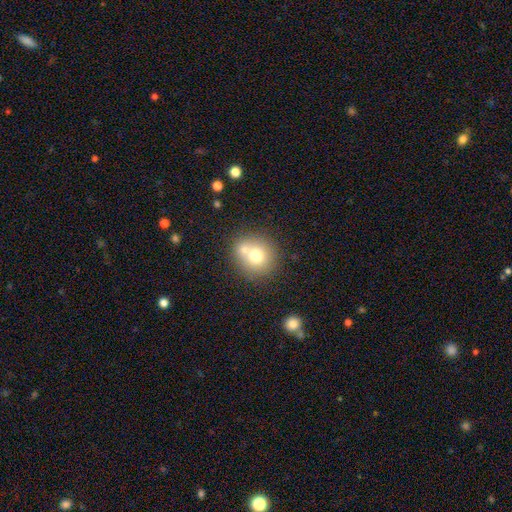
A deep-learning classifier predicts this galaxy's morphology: A smooth galaxy with no disk features (70%) that is round (87%).

Vote fractions:
- Smooth or featured? smooth: 70% / featured or disk: 19% / star or artifact: 11%
- How rounded? round: 87% / in between: 12% / cigar-shaped: 1%
- Merging? none: 51% / merger: 37% / minor disturbance: 9% / major disturbance: 3%